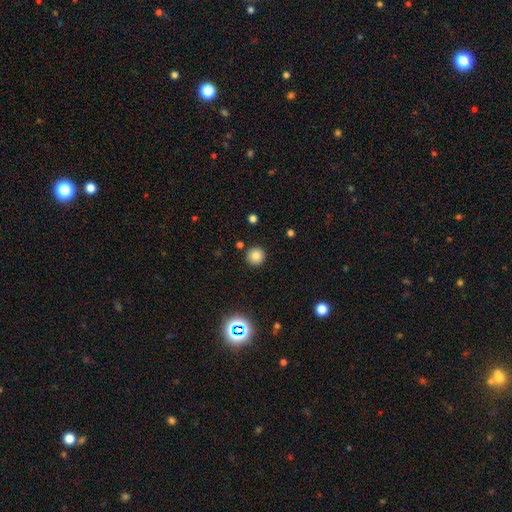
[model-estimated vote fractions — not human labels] The model was most divided on "smooth or featured": smooth: 81%, star or artifact: 12%, featured or disk: 7%. More confident: how rounded — round (95%); merging — none (90%).